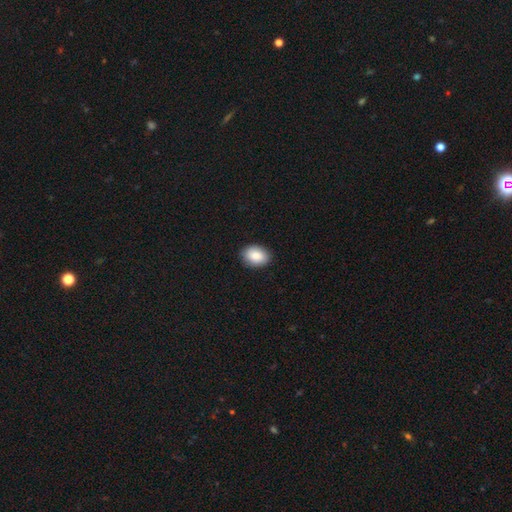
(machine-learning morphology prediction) A smooth galaxy with no disk features (87%) that is in between round and cigar-shaped (78%). Merging: none (88%).